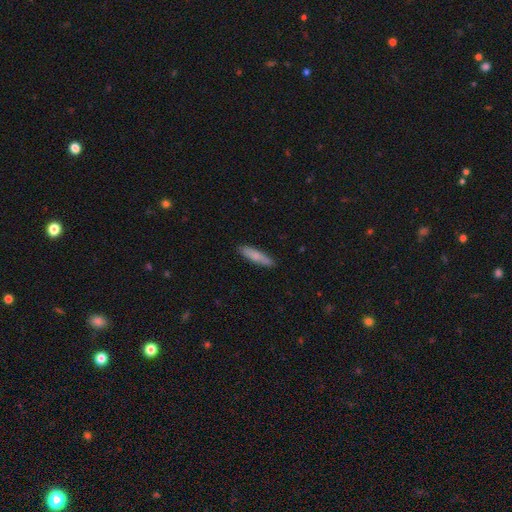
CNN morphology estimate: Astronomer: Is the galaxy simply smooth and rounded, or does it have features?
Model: smooth — 76%.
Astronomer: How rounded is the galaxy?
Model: cigar-shaped — 79%.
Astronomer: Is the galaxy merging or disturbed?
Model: none — 88%.